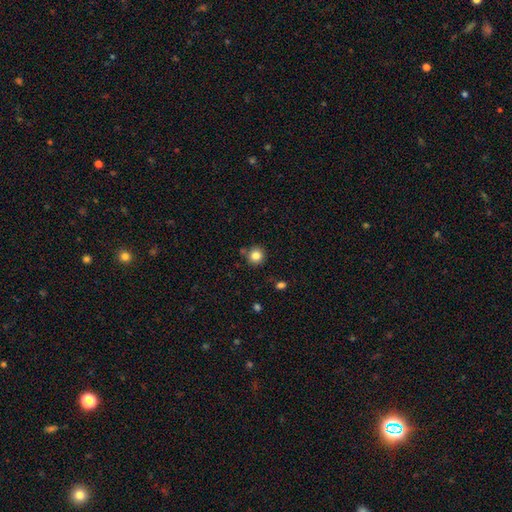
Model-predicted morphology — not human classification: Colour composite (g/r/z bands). It shows a smooth galaxy with no disk features (84%) that is round (93%). Merging: none (83%).